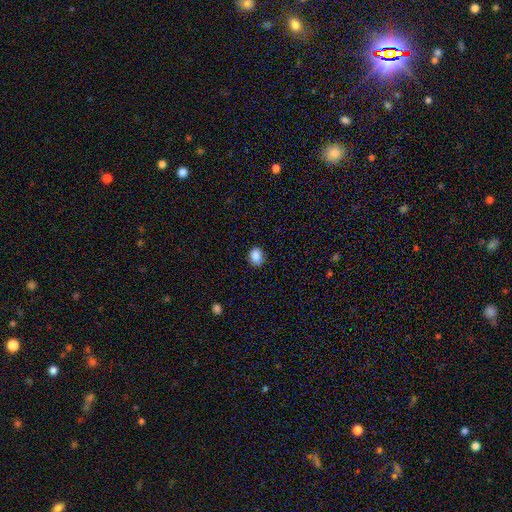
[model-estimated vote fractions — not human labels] A smooth galaxy with no disk features (87%) that is round (51%). Merging: none (85%).